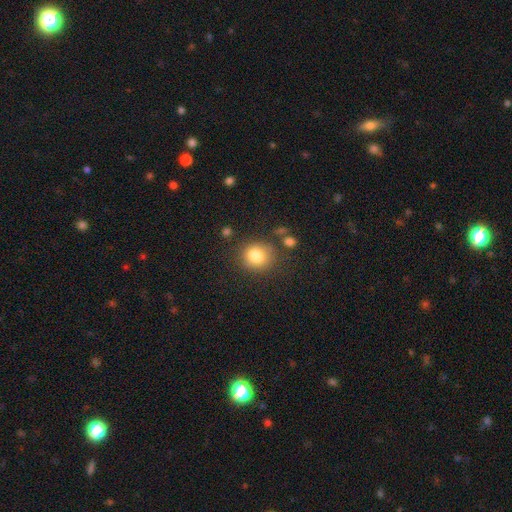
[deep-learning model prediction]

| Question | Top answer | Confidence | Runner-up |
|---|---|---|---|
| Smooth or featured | smooth | 84% | star or artifact (10%) |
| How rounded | round | 76% | in between (23%) |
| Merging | none | 74% | minor disturbance (15%) |